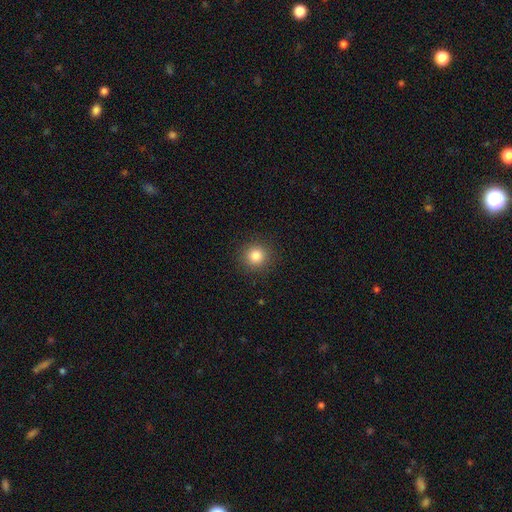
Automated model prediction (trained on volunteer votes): smooth 83%, star or artifact 12%, featured or disk 5%. Down the decision tree: how rounded — round (93%); merging — none (91%).